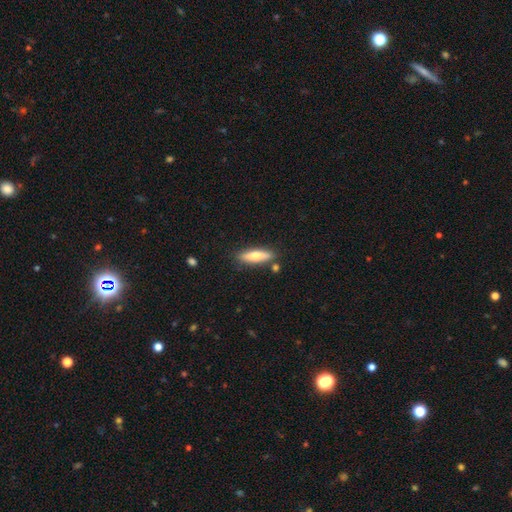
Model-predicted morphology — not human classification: Overall: smooth (65%; featured or disk 29%). How rounded: cigar-shaped (68%; in between 30%). Merging: none (83%).